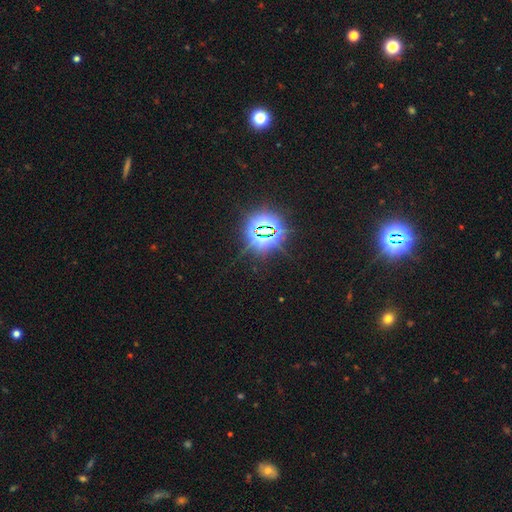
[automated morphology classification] Smooth or featured: star or artifact — 82% (smooth — 12%)